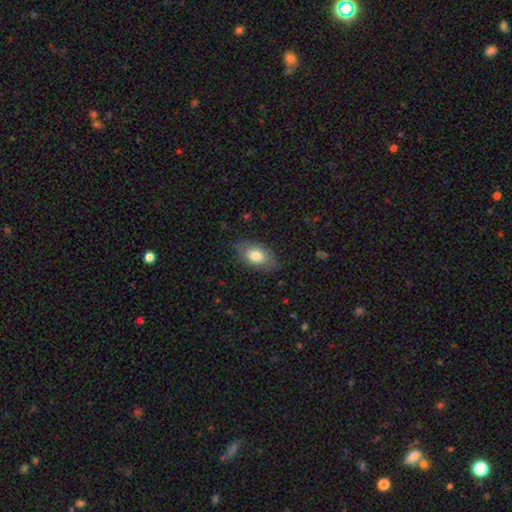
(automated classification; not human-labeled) A smooth galaxy with no disk features (77%) that is in between round and cigar-shaped (89%). Merging: none (80%).